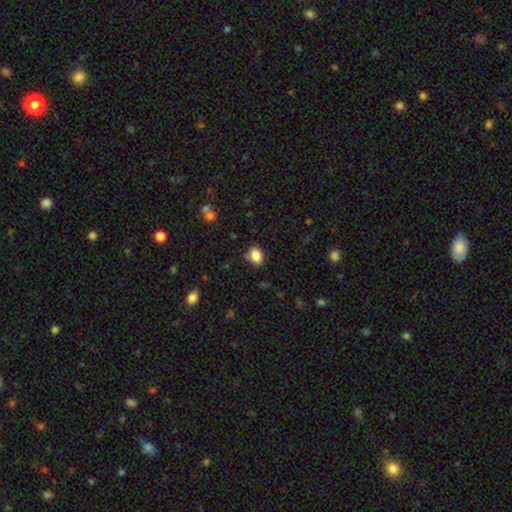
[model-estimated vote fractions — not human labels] Smooth or featured? smooth (85%)
How rounded? in between (82%)
Merging? none (79%)